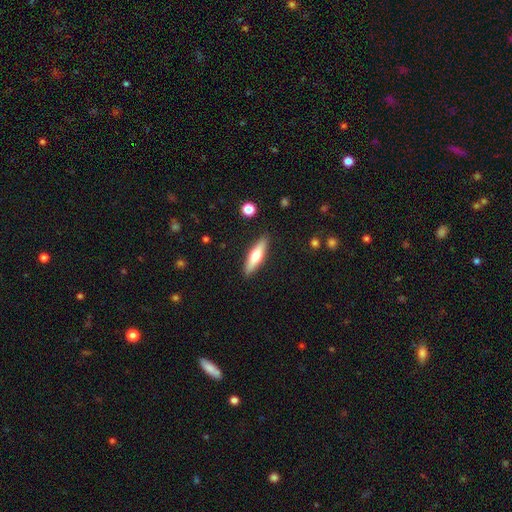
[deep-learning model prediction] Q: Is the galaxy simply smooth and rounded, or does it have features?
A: smooth — 54%.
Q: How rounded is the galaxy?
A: cigar-shaped — 67%.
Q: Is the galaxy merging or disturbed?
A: none — 89%.